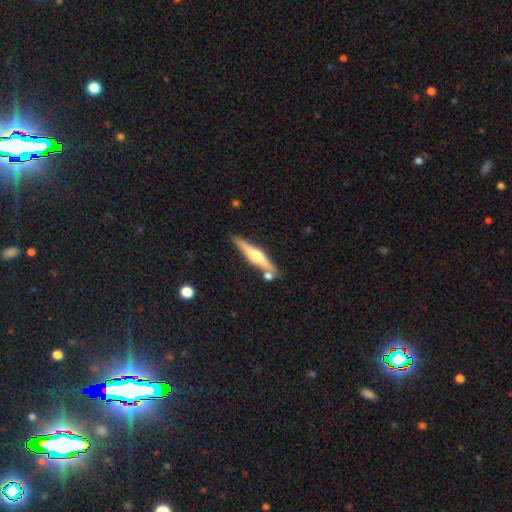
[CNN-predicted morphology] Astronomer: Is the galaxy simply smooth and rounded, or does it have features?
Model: featured or disk — 69%.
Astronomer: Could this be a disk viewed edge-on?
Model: yes — 97%.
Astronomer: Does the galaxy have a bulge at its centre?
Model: rounded — 92%.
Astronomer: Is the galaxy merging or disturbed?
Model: none — 78%.